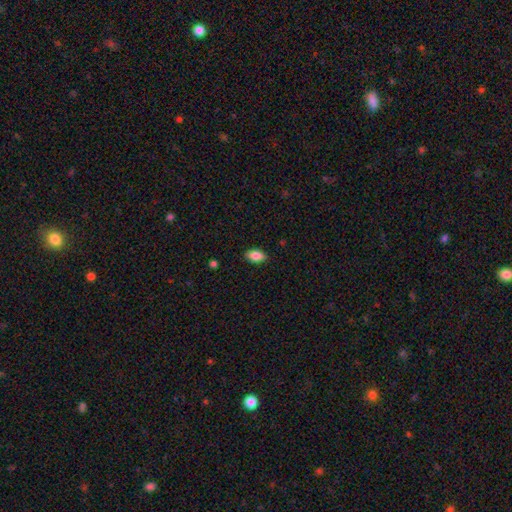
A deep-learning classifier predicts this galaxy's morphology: Overall: smooth (86%). How rounded: in between (91%). Merging: none (87%).